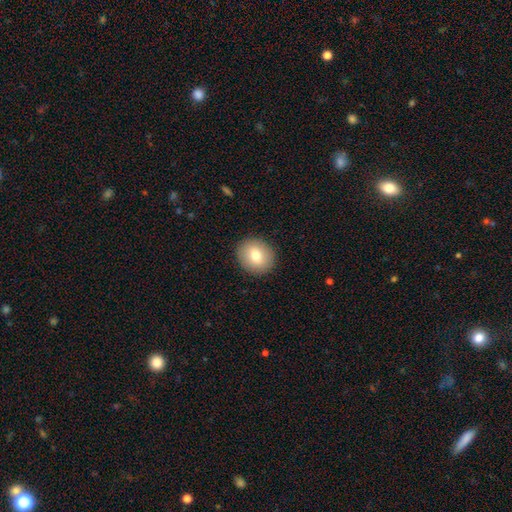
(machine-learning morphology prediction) Smooth or featured? smooth (76%)
How rounded? round (78%)
Merging? none (91%)